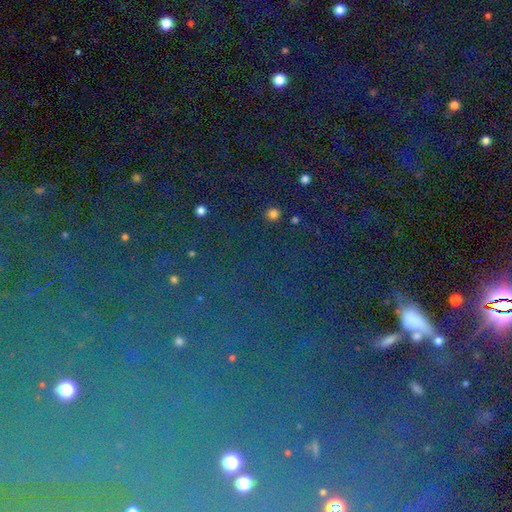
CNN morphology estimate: This appears to be a star or artifact, not a galaxy (75%).